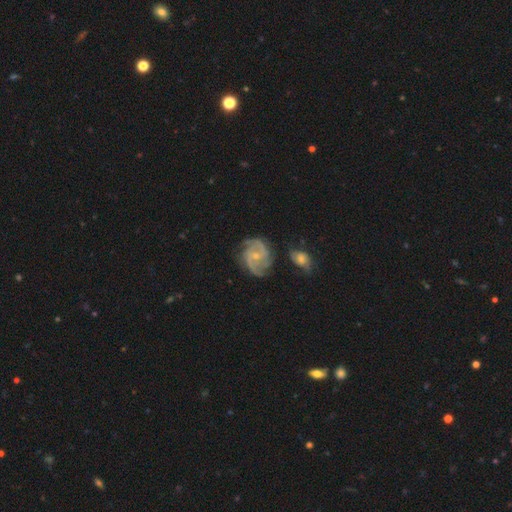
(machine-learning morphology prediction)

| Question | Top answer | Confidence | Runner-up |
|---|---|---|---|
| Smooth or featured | featured or disk | 89% | smooth (6%) |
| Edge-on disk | no | 98% | yes (2%) |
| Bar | weak | 46% | no (42%) |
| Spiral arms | yes | 97% | no (3%) |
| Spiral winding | medium | 53% | tight (26%) |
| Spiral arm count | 2 | 63% | 3 (17%) |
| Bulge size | small | 71% | moderate (23%) |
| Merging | none | 67% | minor disturbance (20%) |